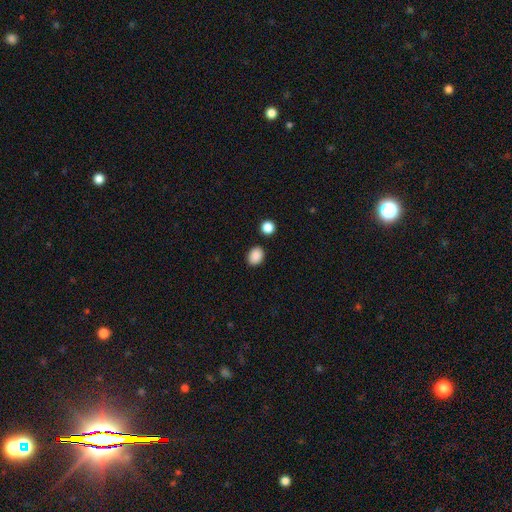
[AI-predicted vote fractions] Smooth or featured: smooth — 88% (star or artifact — 9%)
How rounded: in between — 64% (round — 35%)
Merging: none — 85% (minor disturbance — 9%)